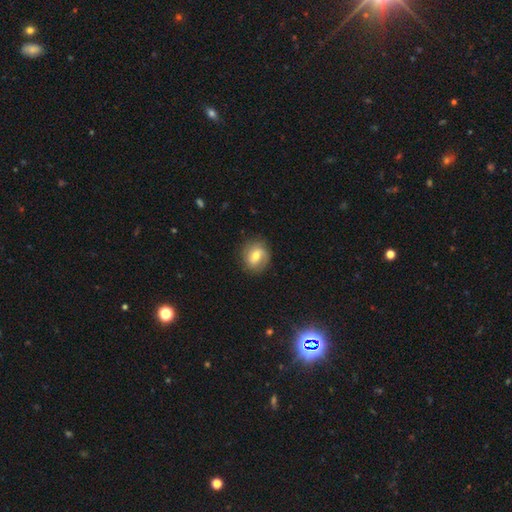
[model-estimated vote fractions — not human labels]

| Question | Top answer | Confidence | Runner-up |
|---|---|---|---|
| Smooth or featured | smooth | 53% | featured or disk (39%) |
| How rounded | round | 72% | in between (26%) |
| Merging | none | 82% | minor disturbance (13%) |